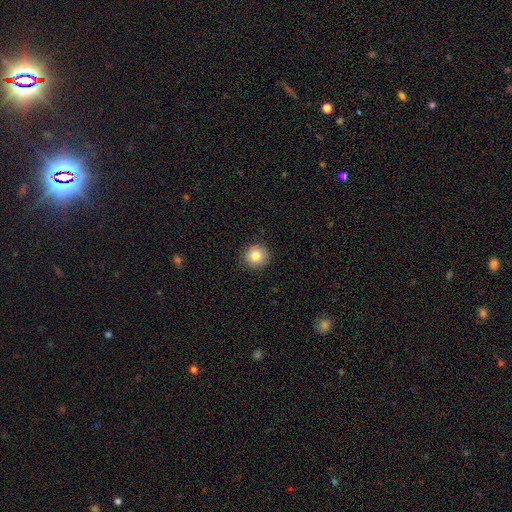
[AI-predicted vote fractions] Morphology: type=smooth (82%); roundness=round (93%); merging=none (89%).